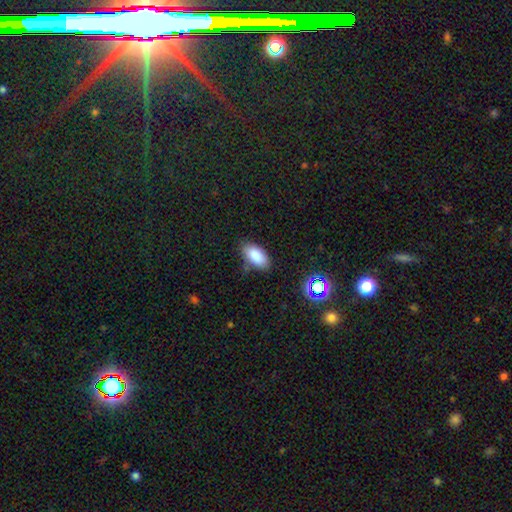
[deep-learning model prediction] This is clearly a smooth galaxy (86%). How rounded: clearly in between (93%). Merging: likely none (78%).